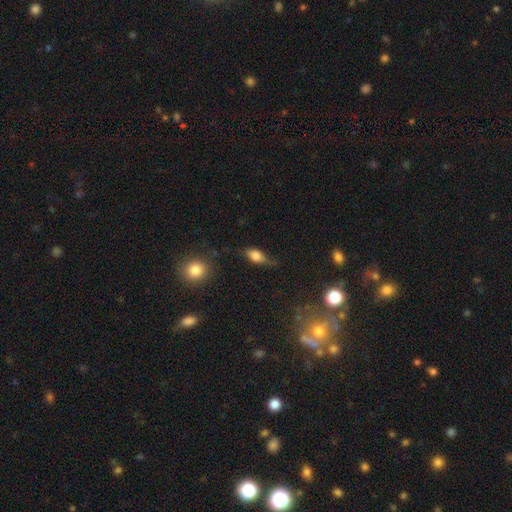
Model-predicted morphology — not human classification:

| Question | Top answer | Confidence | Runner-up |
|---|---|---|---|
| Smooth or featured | smooth | 71% | featured or disk (19%) |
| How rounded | in between | 78% | round (13%) |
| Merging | none | 47% | minor disturbance (33%) |